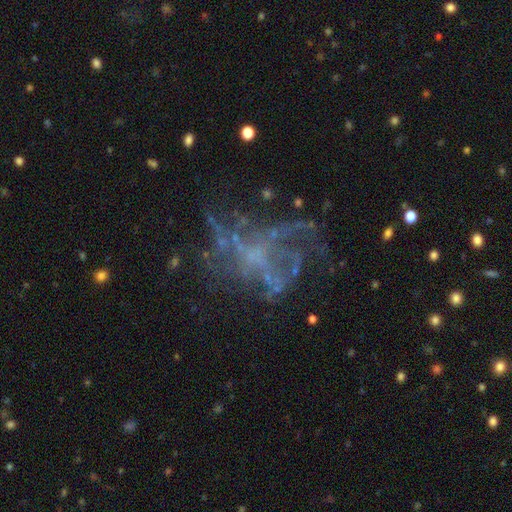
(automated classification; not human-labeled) Smooth or featured: featured or disk — 67% (star or artifact — 22%)
Edge-on disk: no — 97% (yes — 3%)
Bar: no — 80% (weak — 16%)
Spiral arms: no — 55% (yes — 45%)
Bulge size: none — 64% (small — 20%)
Merging: none — 47% (major disturbance — 34%)